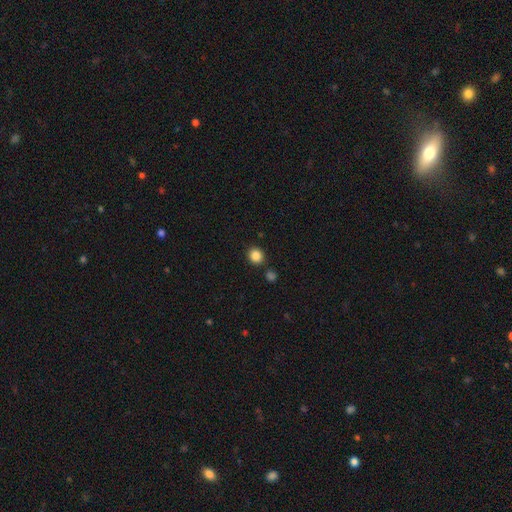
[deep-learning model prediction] Morphology: type=smooth (86%); roundness=round (81%); merging=none (83%).